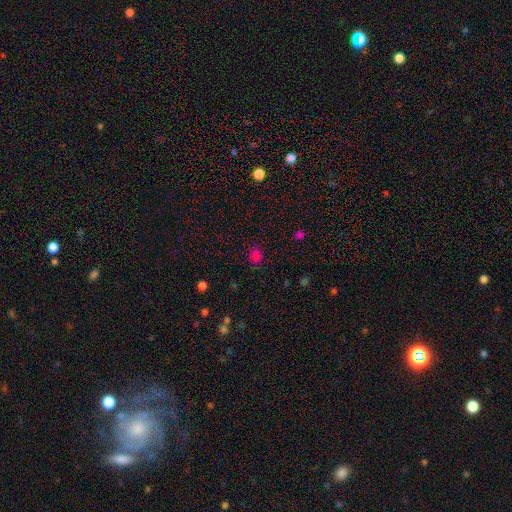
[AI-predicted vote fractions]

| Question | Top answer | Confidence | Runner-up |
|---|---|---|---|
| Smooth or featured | smooth | 76% | star or artifact (19%) |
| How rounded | in between | 50% | round (49%) |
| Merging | none | 84% | minor disturbance (11%) |